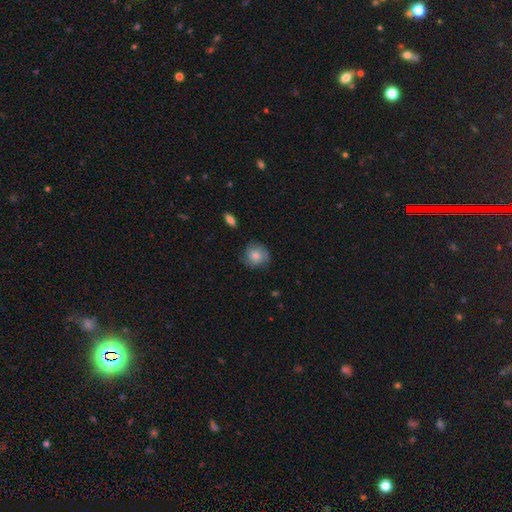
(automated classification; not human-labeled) Smooth or featured: smooth — 69% (featured or disk — 23%)
How rounded: round — 83% (in between — 16%)
Merging: none — 73% (minor disturbance — 20%)